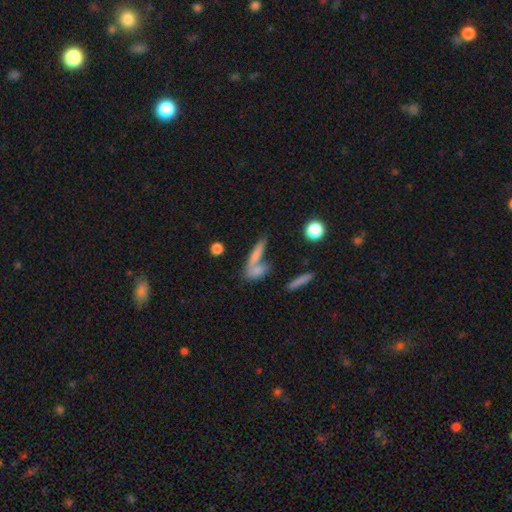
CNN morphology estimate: A smooth galaxy with no disk features (65%) that is cigar-shaped (62%).

Vote fractions:
- Smooth or featured? smooth: 65% / featured or disk: 23% / star or artifact: 12%
- How rounded? cigar-shaped: 62% / in between: 31% / round: 7%
- Merging? merger: 43% / none: 41% / minor disturbance: 10% / major disturbance: 7%